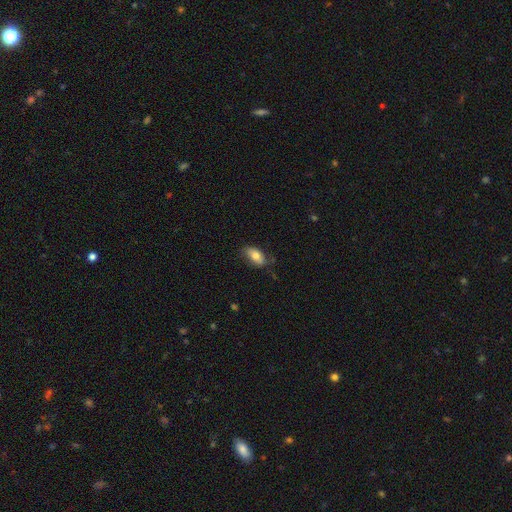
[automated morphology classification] This is likely a smooth galaxy (73%). How rounded: clearly in between (90%). Merging: likely none (71%).